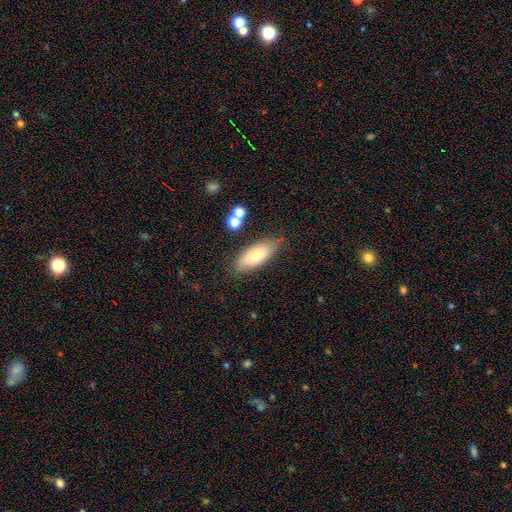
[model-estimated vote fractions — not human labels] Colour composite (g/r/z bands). It shows a smooth galaxy with no disk features (70%) that is in between round and cigar-shaped (81%). Merging: none (79%).